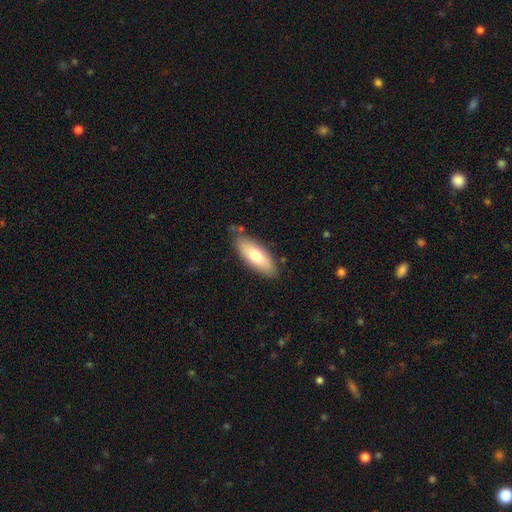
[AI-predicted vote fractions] The model was most divided on "how rounded": in between: 72%, cigar-shaped: 26%, round: 2%. More confident: merging — none (80%); smooth or featured — smooth (72%).